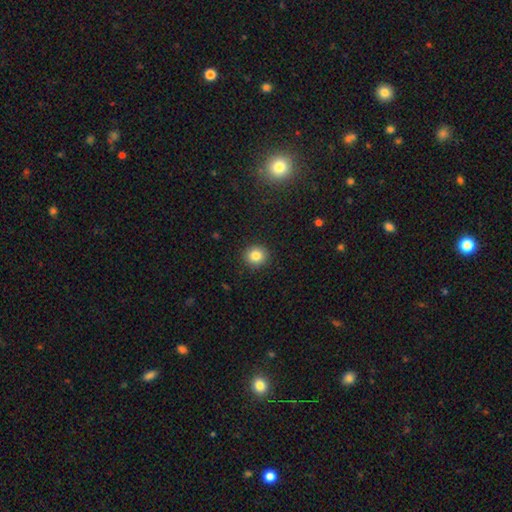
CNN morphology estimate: Overall: smooth (83%). How rounded: round (90%). Merging: none (92%).